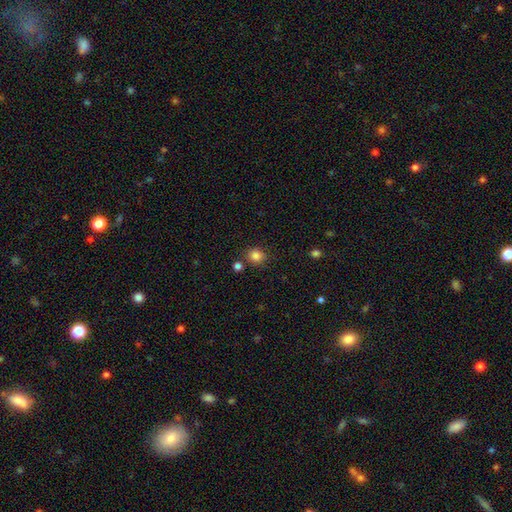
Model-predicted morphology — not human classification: This is clearly a smooth galaxy (84%). How rounded: clearly round (85%). Merging: clearly none (81%).